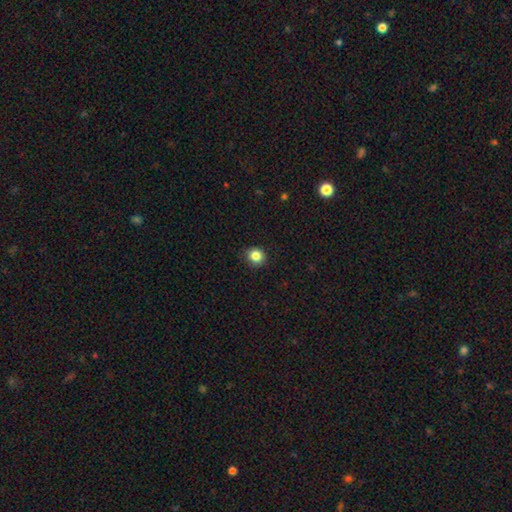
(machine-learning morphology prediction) The model was most divided on "smooth or featured": smooth: 85%, star or artifact: 11%, featured or disk: 4%. More confident: how rounded — round (88%); merging — none (87%).